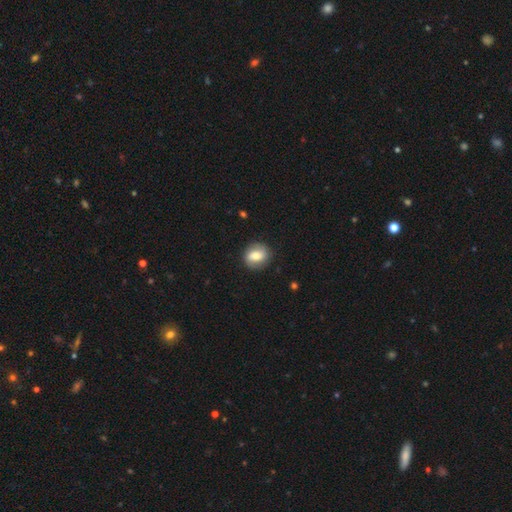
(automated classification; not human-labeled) This is likely a smooth galaxy (61%). How rounded: likely round (68%). Merging: clearly none (85%).